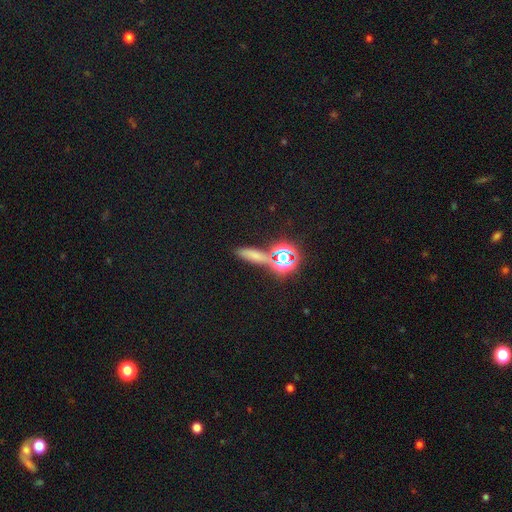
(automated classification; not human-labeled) Overall: smooth (56%; star or artifact 32%). How rounded: cigar-shaped (62%; in between 29%). Merging: none (73%).